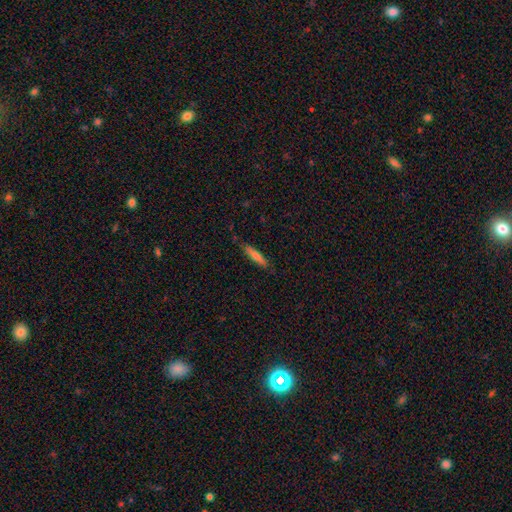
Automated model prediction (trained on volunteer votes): Q: Smooth or featured?
A: smooth (59%); runner-up: featured or disk (34%)
Q: How rounded?
A: cigar-shaped (89%); runner-up: in between (9%)
Q: Merging?
A: none (85%); runner-up: minor disturbance (12%)